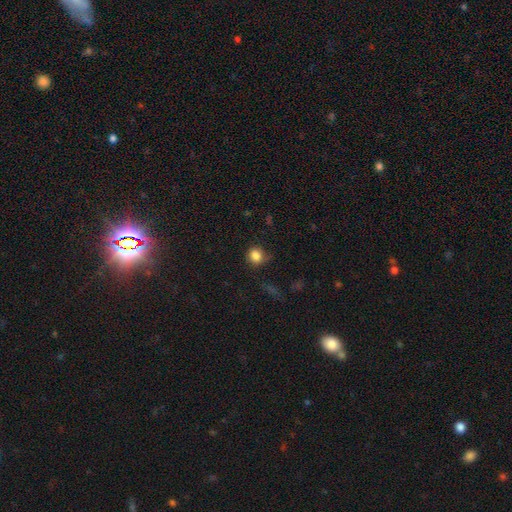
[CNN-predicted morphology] This appears to be a smooth galaxy with no disk features (84%) that is round (79%). Merging: none (70%).